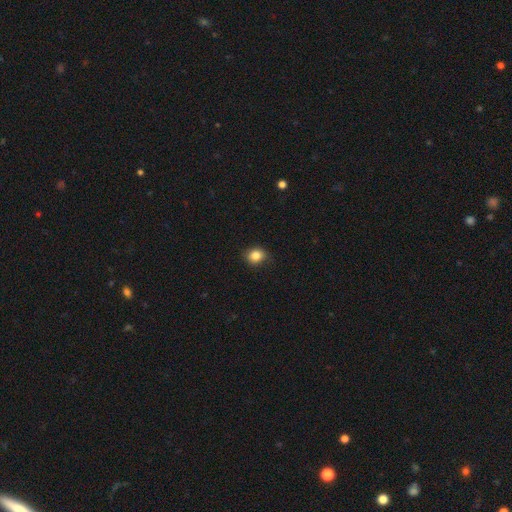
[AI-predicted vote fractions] Smooth or featured: smooth — 84% (star or artifact — 10%)
How rounded: round — 69% (in between — 30%)
Merging: none — 83% (minor disturbance — 14%)